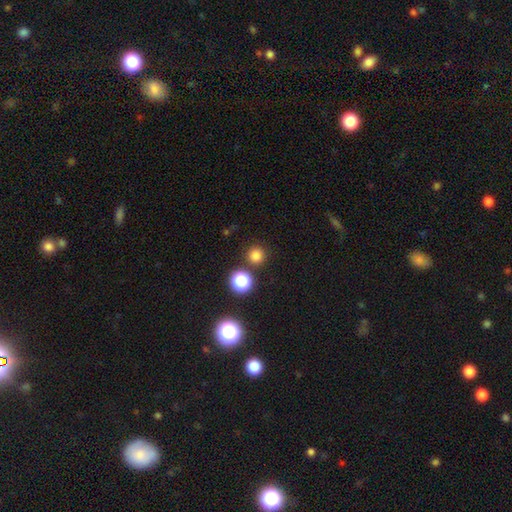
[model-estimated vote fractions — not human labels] Smooth or featured? Predicted: smooth (p=0.78). How rounded? Predicted: round (p=0.95). Merging? Predicted: none (p=0.87).